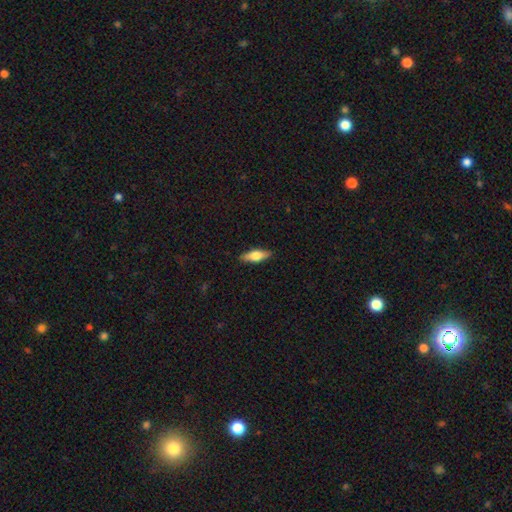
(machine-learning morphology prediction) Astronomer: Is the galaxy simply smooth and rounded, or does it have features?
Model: smooth — 59% (runner-up: featured or disk, 35%).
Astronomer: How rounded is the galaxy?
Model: in between — 57% (runner-up: cigar-shaped, 40%).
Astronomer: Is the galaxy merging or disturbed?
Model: none — 88%.